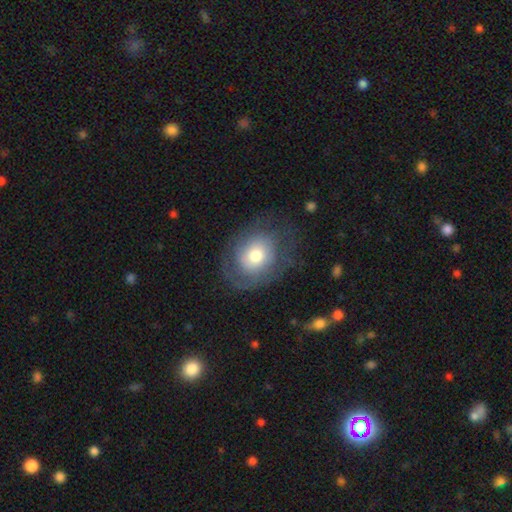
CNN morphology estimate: A smooth galaxy with no disk features (47%).

Vote fractions:
- Smooth or featured? smooth: 47% / featured or disk: 44% / star or artifact: 9%
- Merging? none: 60% / major disturbance: 19% / minor disturbance: 19% / merger: 1%